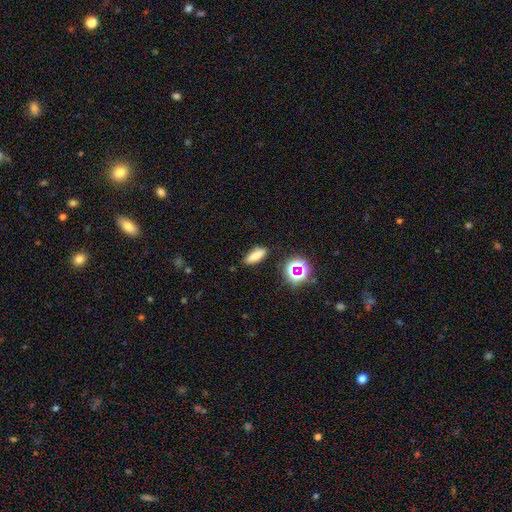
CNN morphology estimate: smooth 75%, star or artifact 15%, featured or disk 10%. Down the decision tree: how rounded — in between (60%); merging — none (82%).